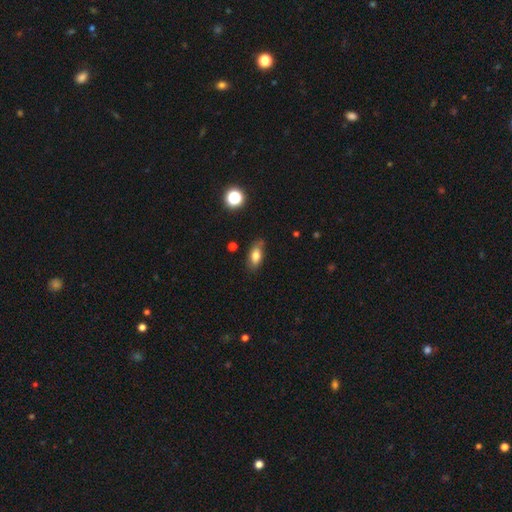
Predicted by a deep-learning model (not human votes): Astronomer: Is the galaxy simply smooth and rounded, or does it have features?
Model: smooth — 73%.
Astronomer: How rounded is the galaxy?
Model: in between — 83%.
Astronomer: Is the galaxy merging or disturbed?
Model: none — 77%.